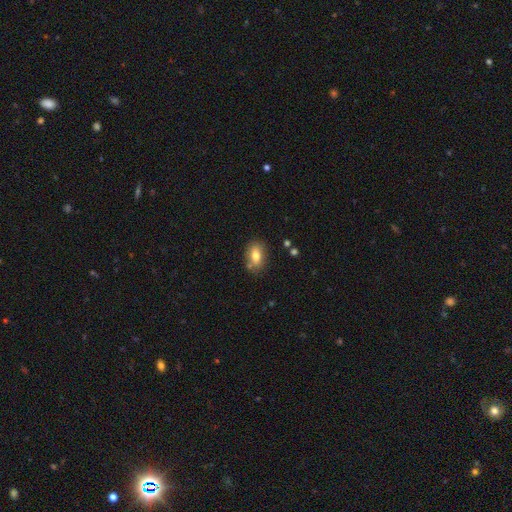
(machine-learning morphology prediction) Smooth or featured: smooth — 74% (featured or disk — 17%)
How rounded: in between — 82% (round — 15%)
Merging: none — 75% (minor disturbance — 15%)